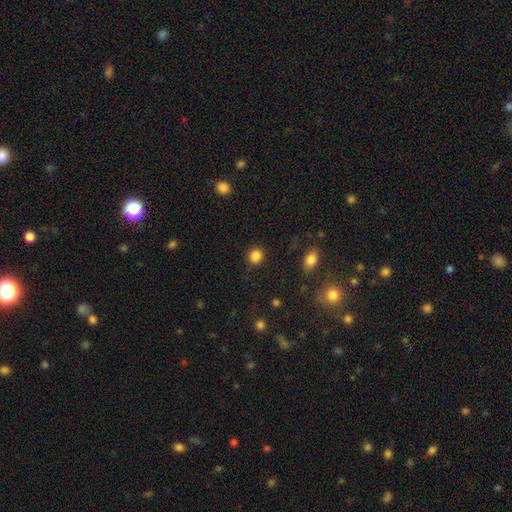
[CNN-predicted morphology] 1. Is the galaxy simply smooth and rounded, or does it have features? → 86% smooth, 11% star or artifact, 4% featured or disk.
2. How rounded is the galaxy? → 84% round, 15% in between, 1% cigar-shaped.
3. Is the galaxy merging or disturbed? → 87% none, 9% minor disturbance, 3% major disturbance, 2% merger.